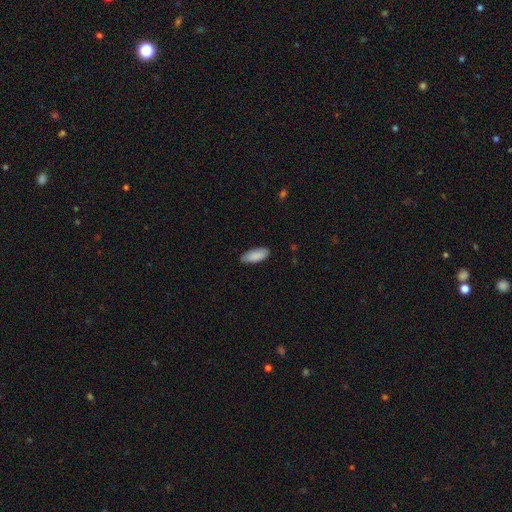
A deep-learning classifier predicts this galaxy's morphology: smooth 89%, star or artifact 6%, featured or disk 5%. Down the decision tree: how rounded — in between (78%); merging — none (85%).